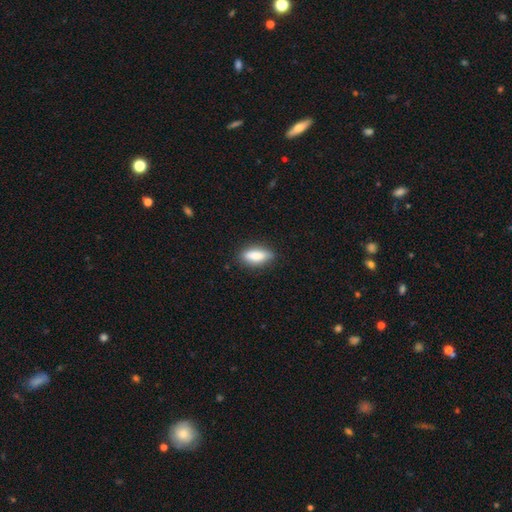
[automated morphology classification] Smooth or featured? Predicted: smooth (p=0.79). How rounded? Predicted: in between (p=0.67). Merging? Predicted: none (p=0.84).